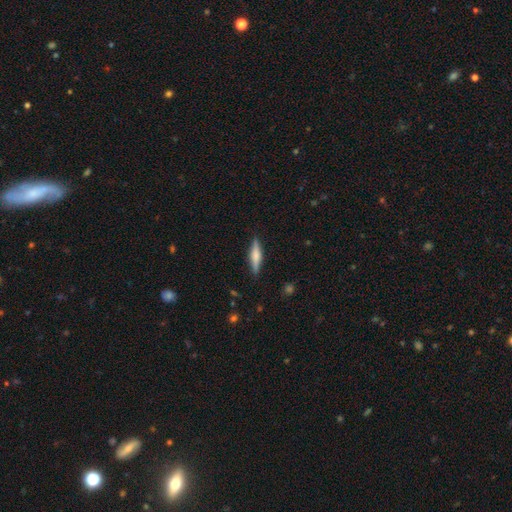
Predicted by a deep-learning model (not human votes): Q: Smooth or featured?
A: featured or disk (49%); runner-up: smooth (44%)
Q: Merging?
A: none (88%); runner-up: minor disturbance (9%)